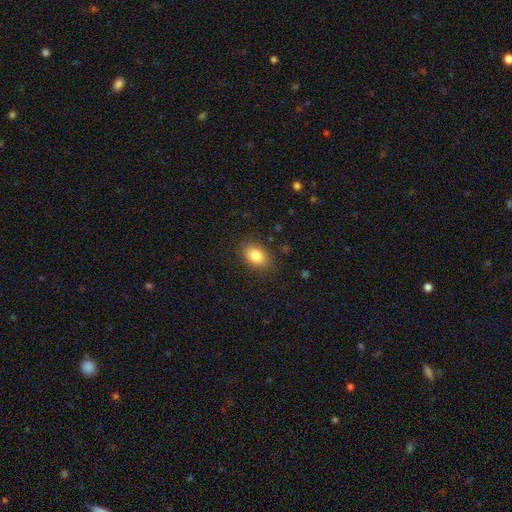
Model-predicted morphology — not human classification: This appears to be a smooth galaxy with no disk features (83%) that is in between round and cigar-shaped (82%). Merging: none (84%).